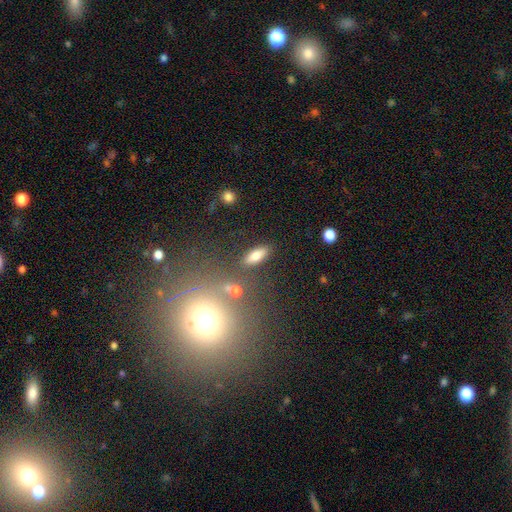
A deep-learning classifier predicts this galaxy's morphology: Overall: smooth (78%). How rounded: in between (73%). Merging: none (83%).